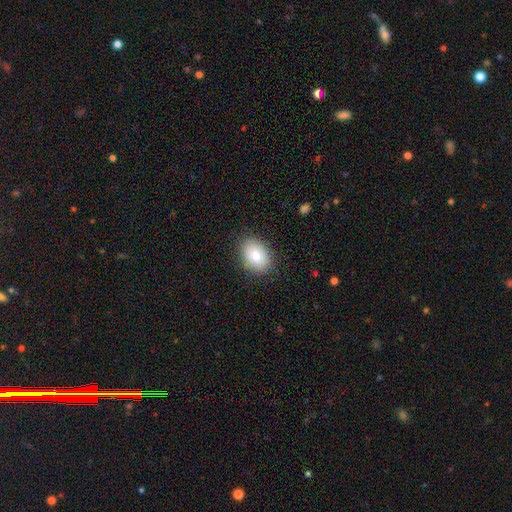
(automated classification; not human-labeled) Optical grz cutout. It shows a smooth galaxy with no disk features (82%) that is in between round and cigar-shaped (79%). Merging: none (86%).